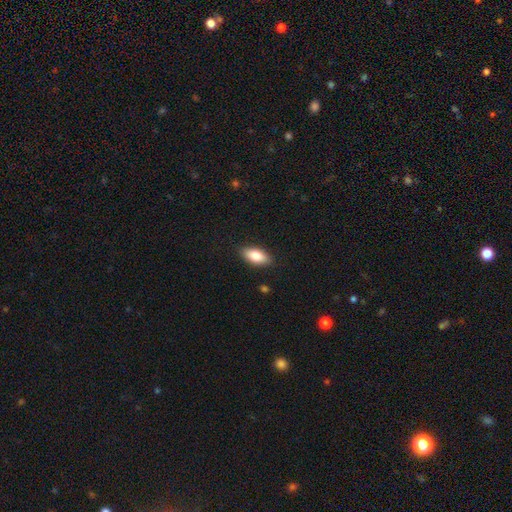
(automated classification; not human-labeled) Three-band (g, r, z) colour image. It shows a smooth galaxy with no disk features (83%) that is in between round and cigar-shaped (88%). Merging: none (87%).